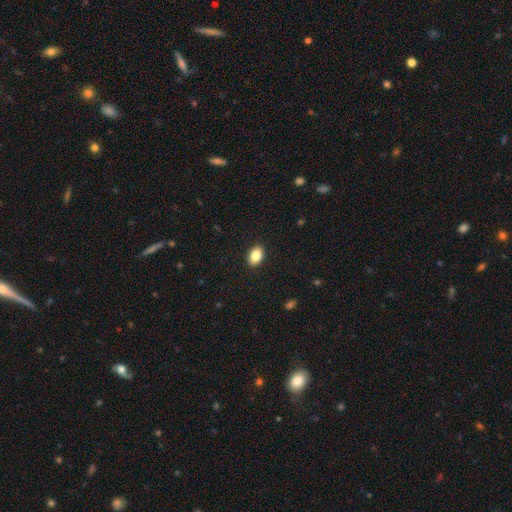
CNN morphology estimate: Q: Smooth or featured?
A: smooth (85%); runner-up: star or artifact (8%)
Q: How rounded?
A: in between (86%); runner-up: round (13%)
Q: Merging?
A: none (90%); runner-up: minor disturbance (7%)